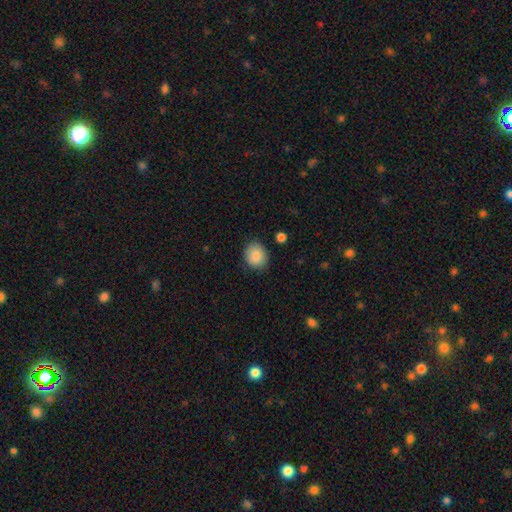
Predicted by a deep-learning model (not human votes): This appears to be a smooth galaxy with no disk features (87%) that is round (63%). Merging: none (84%).